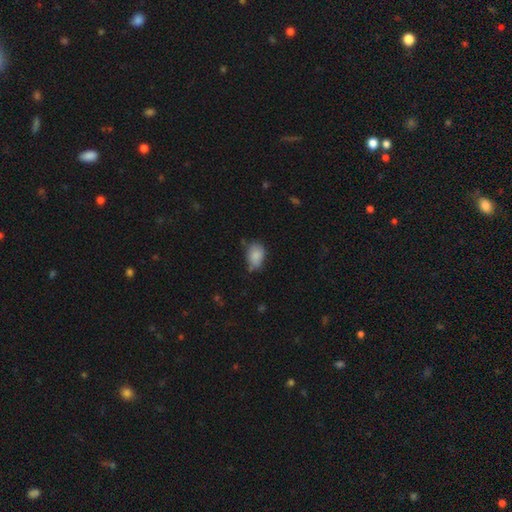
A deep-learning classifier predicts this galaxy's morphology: Smooth or featured: smooth — 85% (star or artifact — 8%)
How rounded: in between — 75% (round — 24%)
Merging: none — 57% (minor disturbance — 32%)